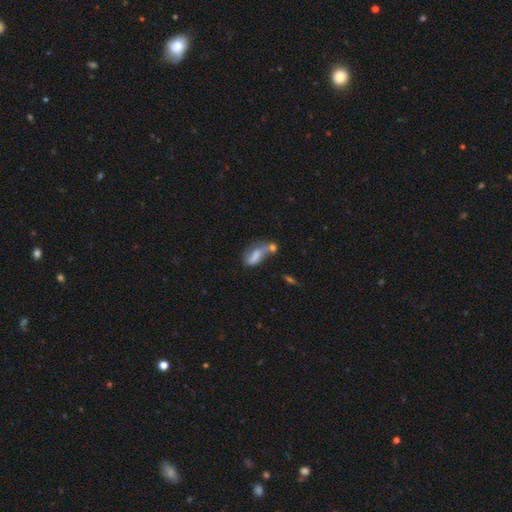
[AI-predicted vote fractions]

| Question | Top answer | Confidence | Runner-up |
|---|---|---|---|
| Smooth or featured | smooth | 62% | featured or disk (28%) |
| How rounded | in between | 79% | cigar-shaped (16%) |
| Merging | merger | 37% | none (24%) |